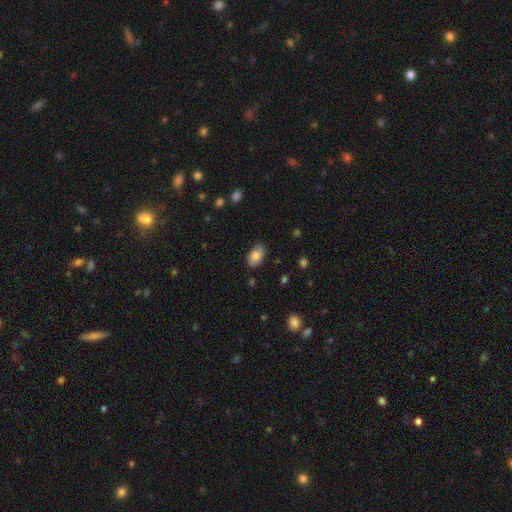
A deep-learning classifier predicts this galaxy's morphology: The model was most divided on "merging": none: 80%, minor disturbance: 16%, major disturbance: 3%, merger: 1%. More confident: how rounded — in between (91%); smooth or featured — smooth (82%).